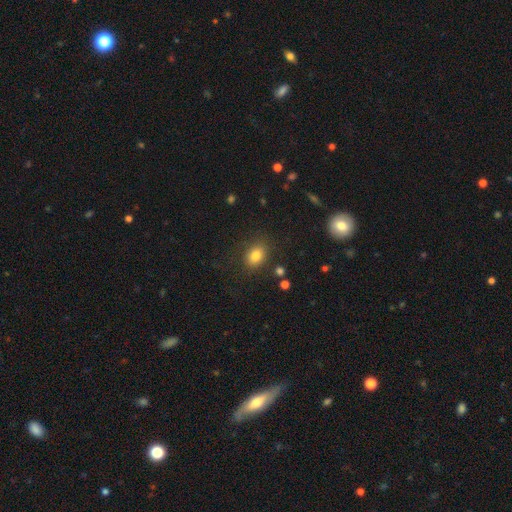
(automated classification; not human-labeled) Smooth or featured?
  - smooth: 81% *
  - star or artifact: 11%
  - featured or disk: 7%
How rounded?
  - in between: 62% *
  - round: 36%
  - cigar-shaped: 1%
Merging?
  - none: 82% *
  - minor disturbance: 11%
  - major disturbance: 4%
  - merger: 2%